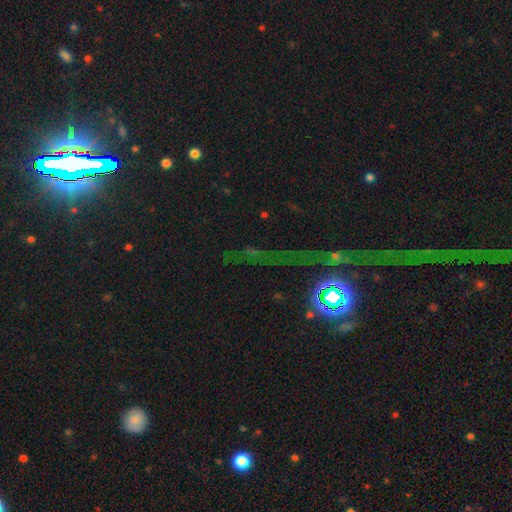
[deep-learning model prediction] This is clearly a star or artifact rather than a galaxy (82%).